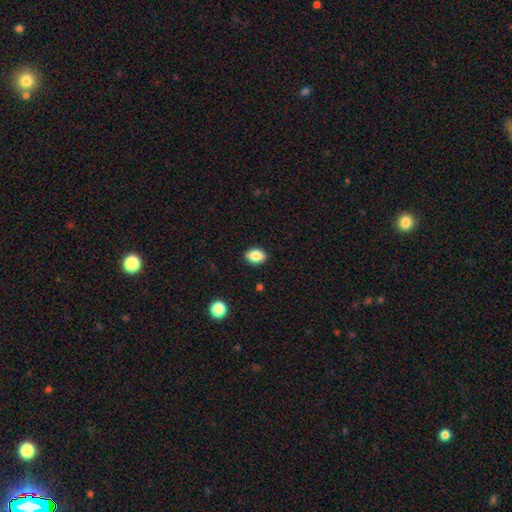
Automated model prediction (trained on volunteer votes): A smooth galaxy with no disk features (87%) that is in between round and cigar-shaped (77%). Merging: none (89%).